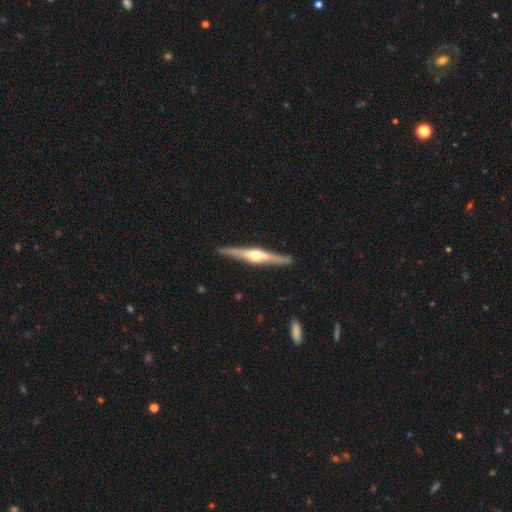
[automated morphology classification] A featured or disk galaxy (75%) viewed edge-on (98%) with a rounded central bulge (92%). Merging: none (91%).